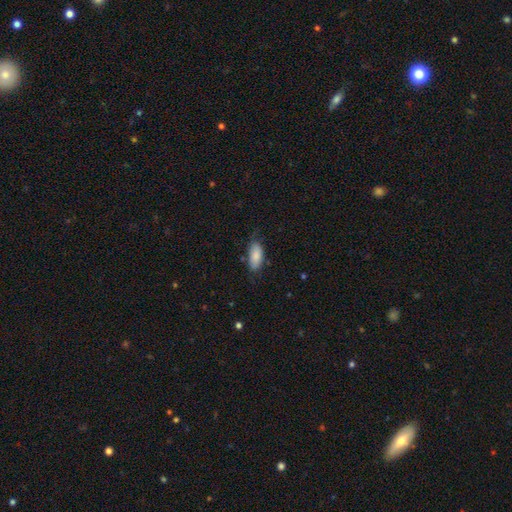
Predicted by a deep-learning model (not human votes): Q: Smooth or featured?
A: smooth (85%); runner-up: featured or disk (9%)
Q: How rounded?
A: in between (90%); runner-up: cigar-shaped (8%)
Q: Merging?
A: none (68%); runner-up: minor disturbance (25%)